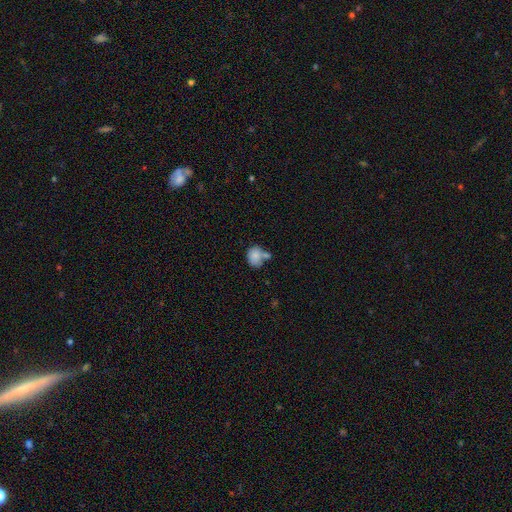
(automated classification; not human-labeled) smooth 81%, featured or disk 10%, star or artifact 8%. Down the decision tree: how rounded — in between (51%); merging — none (41%).